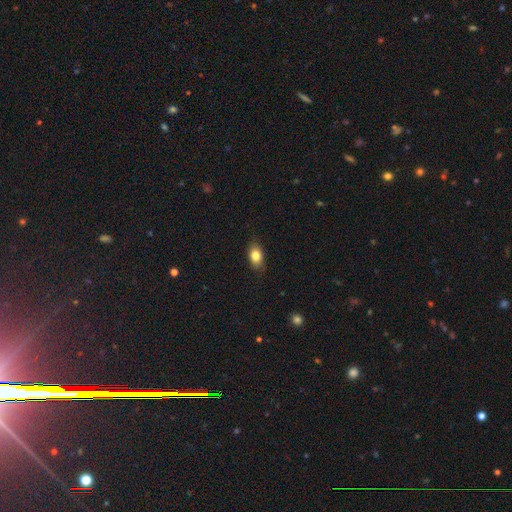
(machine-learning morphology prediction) This is clearly a smooth galaxy (82%). How rounded: clearly in between (86%). Merging: clearly none (85%).